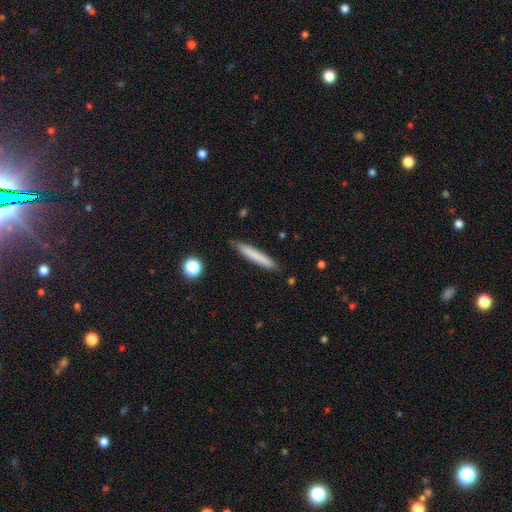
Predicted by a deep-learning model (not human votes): Overall: smooth (76%). How rounded: cigar-shaped (95%). Merging: none (86%).